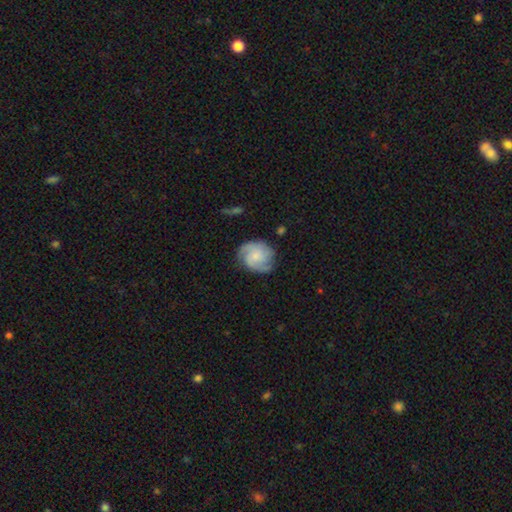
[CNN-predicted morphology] This is likely a featured or disk galaxy (70%). It is clearly not viewed edge-on (98%). Bar: likely no (73%). Spiral arm pattern: clearly yes (95%). Spiral arm count: marginally 3 (35%). Spiral winding: marginally tight (44%). Central bulge: likely small (61%). Merging: likely none (73%).